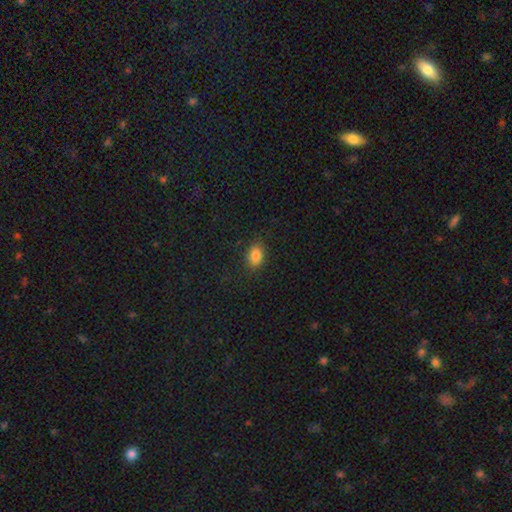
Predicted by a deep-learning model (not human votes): Morphology: type=smooth (84%); roundness=in between (80%); merging=none (85%).